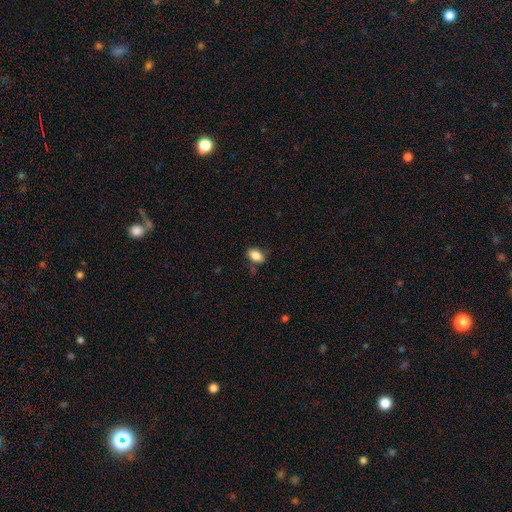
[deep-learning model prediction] Morphology: type=smooth (85%); roundness=in between (88%); merging=none (80%).